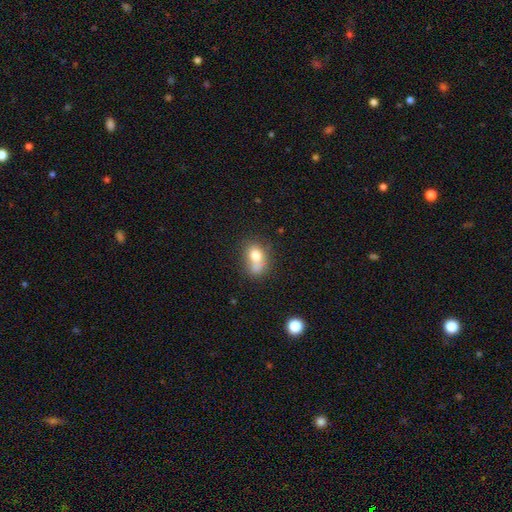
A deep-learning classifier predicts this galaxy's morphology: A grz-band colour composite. It shows a smooth galaxy with no disk features (74%) that is in between round and cigar-shaped (66%). Merging: none (36%).